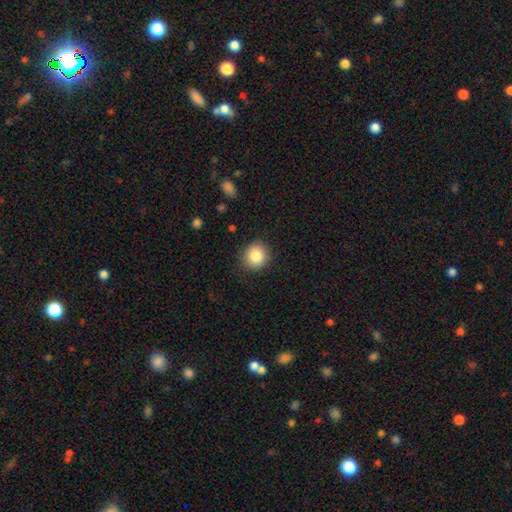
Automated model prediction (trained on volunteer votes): Q: Smooth or featured?
A: smooth (85%); runner-up: star or artifact (9%)
Q: How rounded?
A: round (84%); runner-up: in between (15%)
Q: Merging?
A: none (88%); runner-up: minor disturbance (9%)